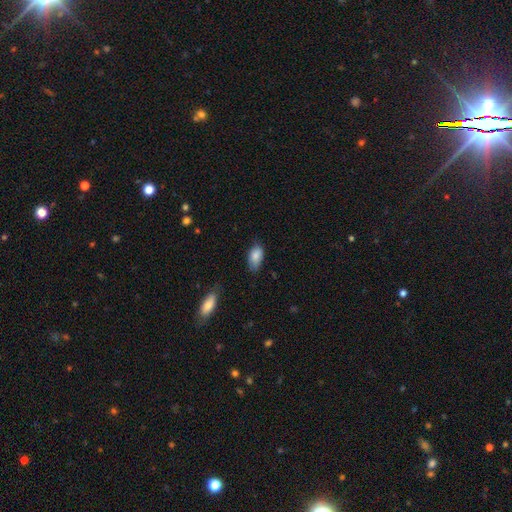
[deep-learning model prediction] This is clearly a smooth galaxy (85%). How rounded: clearly in between (92%). Merging: likely none (66%).